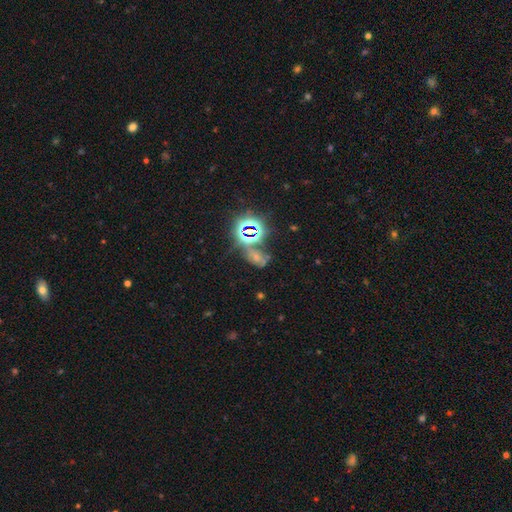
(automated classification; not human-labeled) smooth_or_featured: star or artifact (p=0.56) [alt: smooth p=0.28]